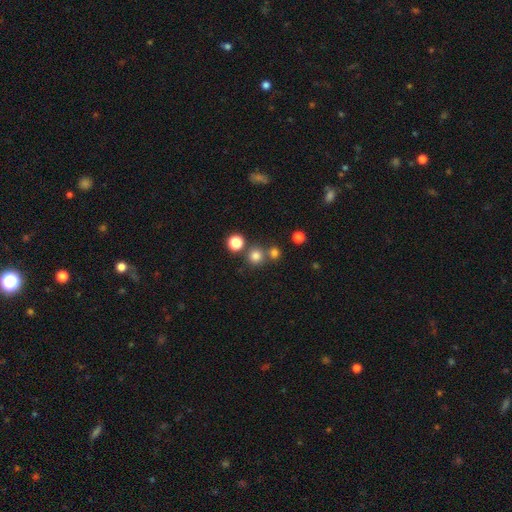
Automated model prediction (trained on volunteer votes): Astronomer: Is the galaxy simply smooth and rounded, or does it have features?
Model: smooth — 77%.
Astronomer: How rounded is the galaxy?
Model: round — 93%.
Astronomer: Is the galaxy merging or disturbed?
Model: none — 70%.